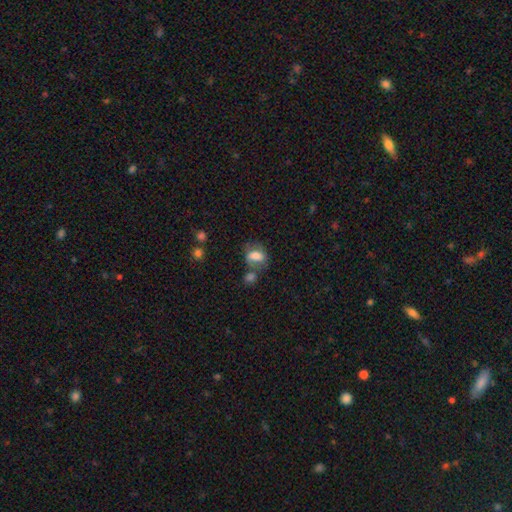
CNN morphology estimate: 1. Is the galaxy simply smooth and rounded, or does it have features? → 68% smooth, 23% featured or disk, 9% star or artifact.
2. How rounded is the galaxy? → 74% in between, 23% round, 3% cigar-shaped.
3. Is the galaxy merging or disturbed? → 47% none, 22% merger, 20% minor disturbance, 11% major disturbance.